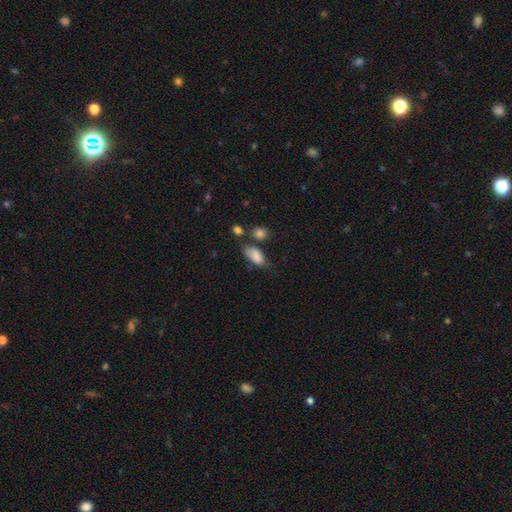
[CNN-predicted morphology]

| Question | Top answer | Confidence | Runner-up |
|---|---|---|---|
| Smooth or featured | smooth | 84% | featured or disk (8%) |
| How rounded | in between | 90% | cigar-shaped (6%) |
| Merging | none | 52% | minor disturbance (28%) |